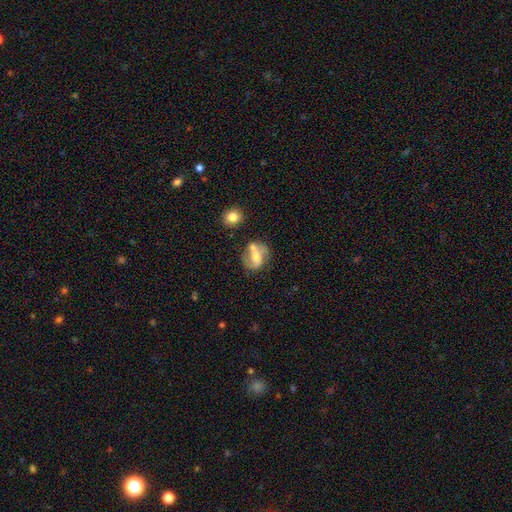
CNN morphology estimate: Smooth or featured? featured or disk (54%)
Edge-on disk? no (95%)
Bar? weak (36%)
Spiral arms? yes (70%)
Bulge size? moderate (51%)
Merging? none (52%)